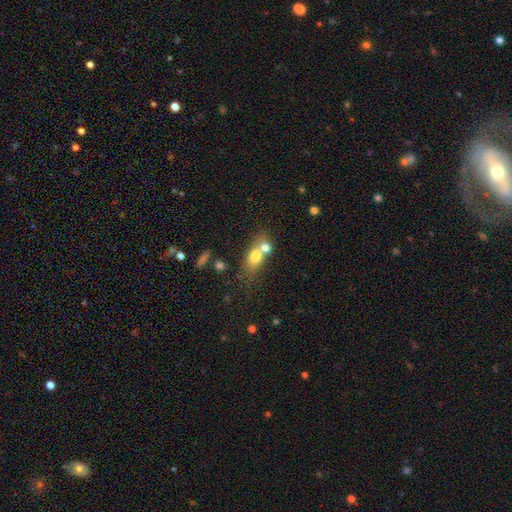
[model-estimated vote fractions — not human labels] A smooth galaxy with no disk features (71%) that is in between round and cigar-shaped (70%).

Vote fractions:
- Smooth or featured? smooth: 71% / featured or disk: 20% / star or artifact: 10%
- How rounded? in between: 70% / round: 21% / cigar-shaped: 9%
- Merging? merger: 55% / none: 29% / minor disturbance: 10% / major disturbance: 6%